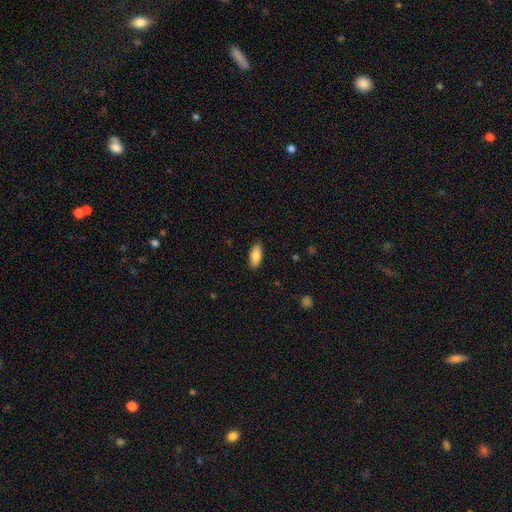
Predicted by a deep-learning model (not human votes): Smooth or featured? smooth (86%)
How rounded? in between (87%)
Merging? none (88%)